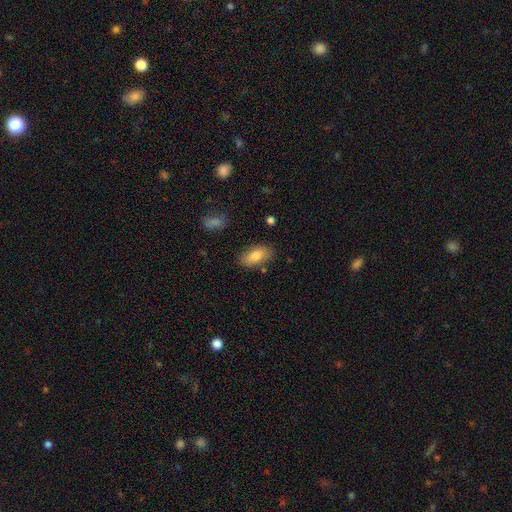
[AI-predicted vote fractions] smooth-or-featured: smooth: 79% | featured or disk: 14% | star or artifact: 7%
  how-rounded: in between: 90% | cigar-shaped: 7% | round: 3%
  merging: none: 81% | minor disturbance: 13% | merger: 3% | major disturbance: 3%